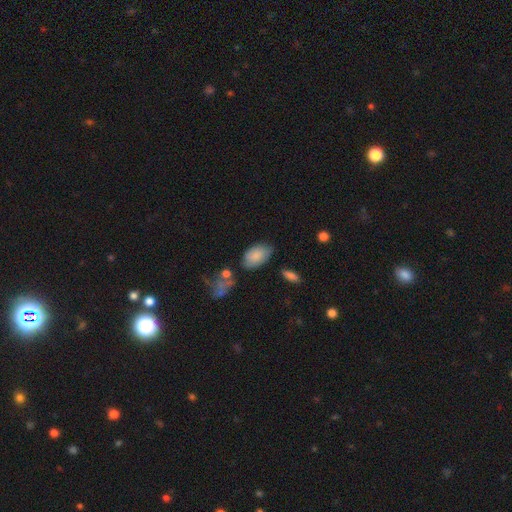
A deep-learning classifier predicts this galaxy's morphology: A smooth galaxy with no disk features (82%) that is in between round and cigar-shaped (93%).

Vote fractions:
- Smooth or featured? smooth: 82% / featured or disk: 11% / star or artifact: 7%
- How rounded? in between: 93% / round: 6% / cigar-shaped: 2%
- Merging? none: 69% / minor disturbance: 20% / merger: 6% / major disturbance: 5%